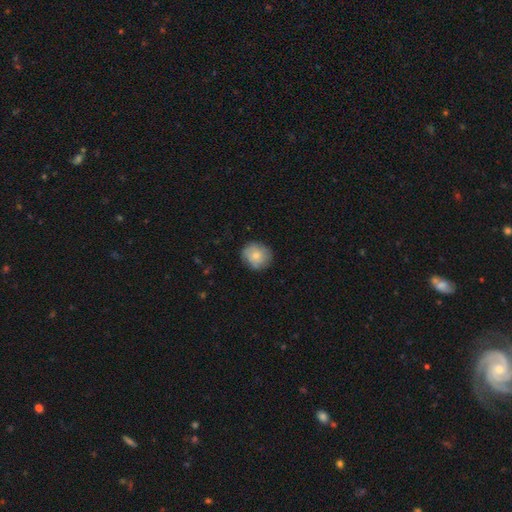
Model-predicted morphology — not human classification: A smooth galaxy with no disk features (72%) that is round (82%).

Vote fractions:
- Smooth or featured? smooth: 72% / featured or disk: 21% / star or artifact: 7%
- How rounded? round: 82% / in between: 17% / cigar-shaped: 1%
- Merging? none: 78% / minor disturbance: 17% / major disturbance: 4% / merger: 1%